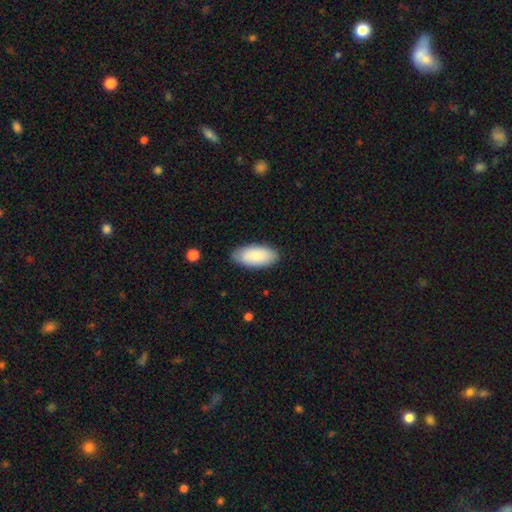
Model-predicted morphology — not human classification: Overall: smooth (85%). How rounded: in between (93%). Merging: none (85%).